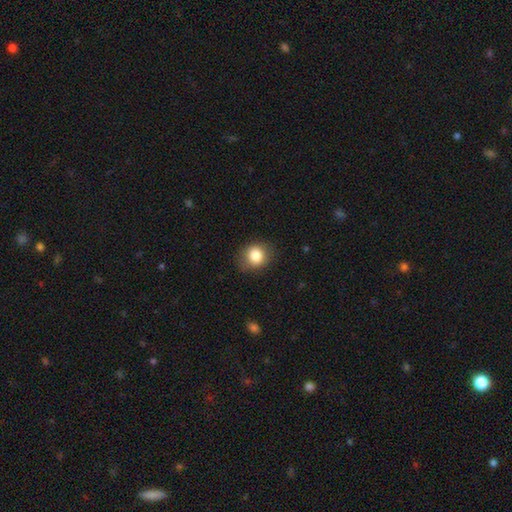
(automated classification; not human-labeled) smooth-or-featured: smooth: 84% | star or artifact: 9% | featured or disk: 7%
  how-rounded: round: 75% | in between: 24% | cigar-shaped: 1%
  merging: none: 82% | minor disturbance: 14% | major disturbance: 4% | merger: 1%